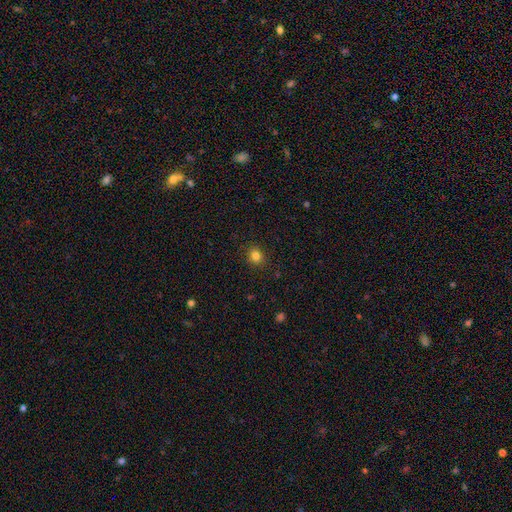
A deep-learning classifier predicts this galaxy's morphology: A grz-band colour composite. It shows a smooth galaxy with no disk features (81%) that is round (73%). Merging: none (90%).